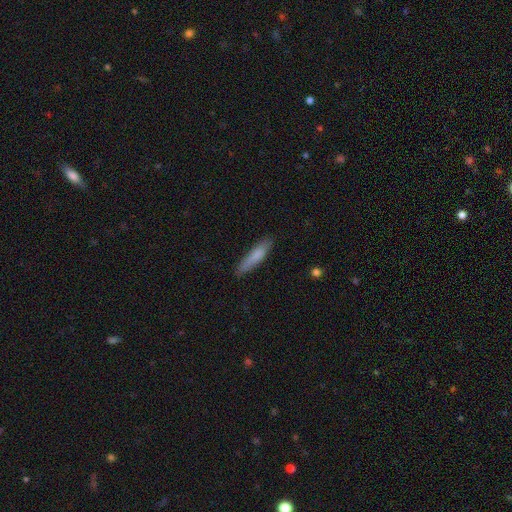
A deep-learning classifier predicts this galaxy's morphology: Smooth or featured? Predicted: smooth (p=0.77). How rounded? Predicted: cigar-shaped (p=0.87). Merging? Predicted: none (p=0.83).